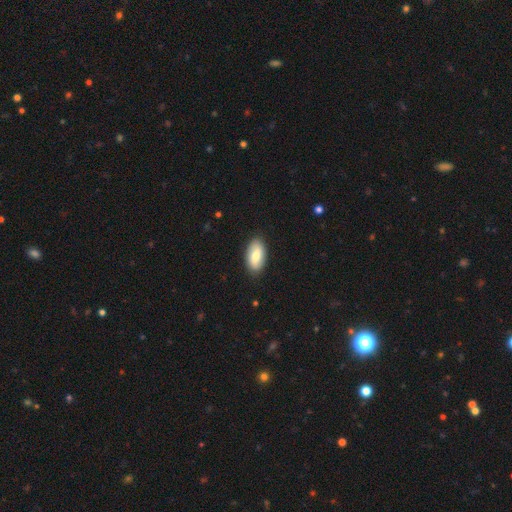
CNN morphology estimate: Smooth or featured? Predicted: smooth (p=0.74). How rounded? Predicted: in between (p=0.94). Merging? Predicted: none (p=0.87).